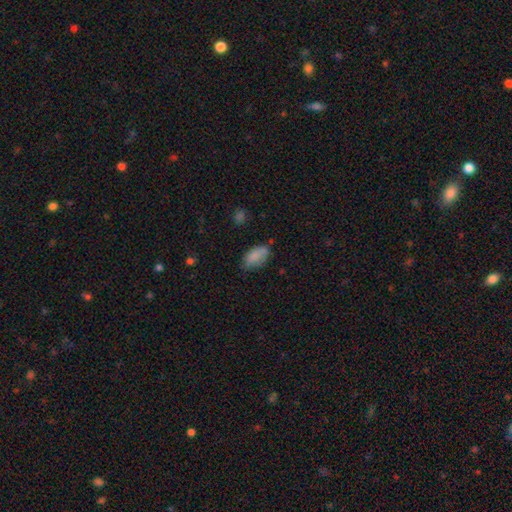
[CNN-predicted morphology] The model was most divided on "merging": none: 64%, minor disturbance: 27%, major disturbance: 6%, merger: 3%. More confident: how rounded — in between (93%); smooth or featured — smooth (84%).